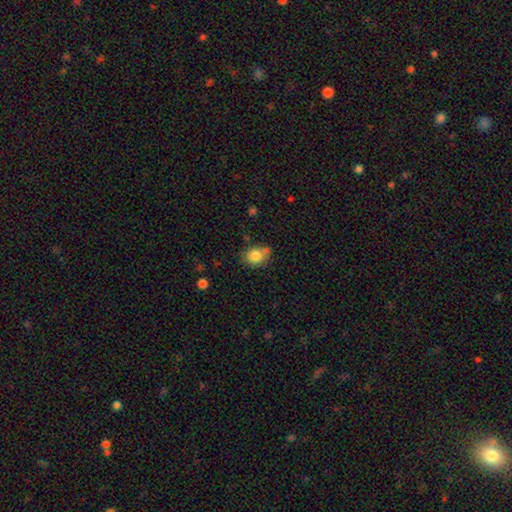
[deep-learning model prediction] Smooth or featured? Predicted: smooth (p=0.82). How rounded? Predicted: round (p=0.56). Merging? Predicted: none (p=0.62).